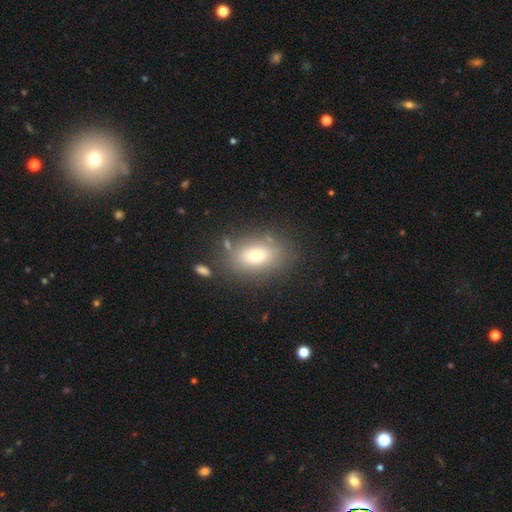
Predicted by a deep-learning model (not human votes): Overall: smooth (76%). How rounded: in between (85%). Merging: none (76%).